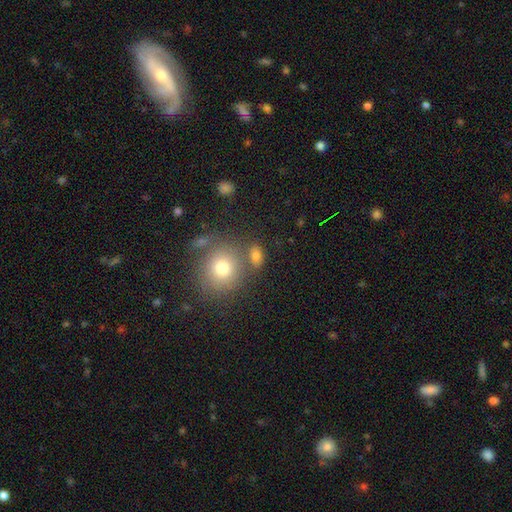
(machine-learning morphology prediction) Smooth or featured? smooth (78%)
How rounded? in between (66%)
Merging? none (64%)